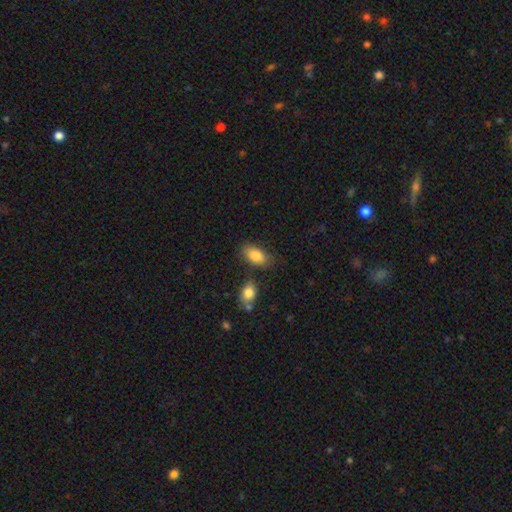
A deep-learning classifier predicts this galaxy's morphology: type=smooth (84%); roundness=in between (91%); merging=none (74%).